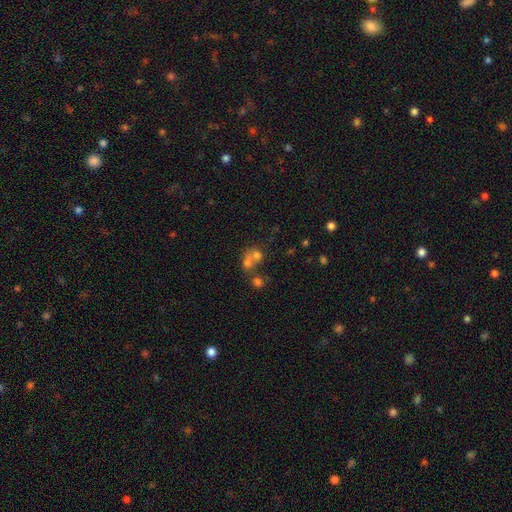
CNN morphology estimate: A smooth galaxy with no disk features (63%) that is round (62%). Merging: merger (59%).